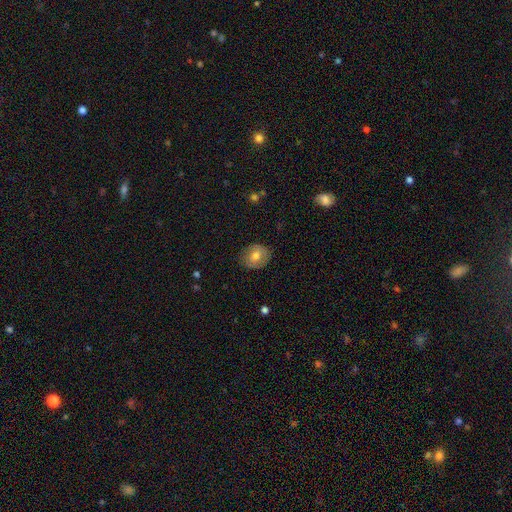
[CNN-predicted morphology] Overall: smooth (67%). How rounded: round (66%; in between 33%). Merging: none (82%).